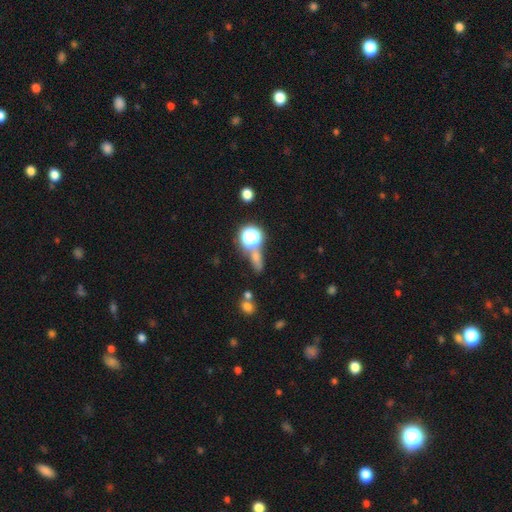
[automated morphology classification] Smooth or featured? Predicted: smooth (p=0.54). How rounded? Predicted: round (p=0.44). Merging? Predicted: none (p=0.56).